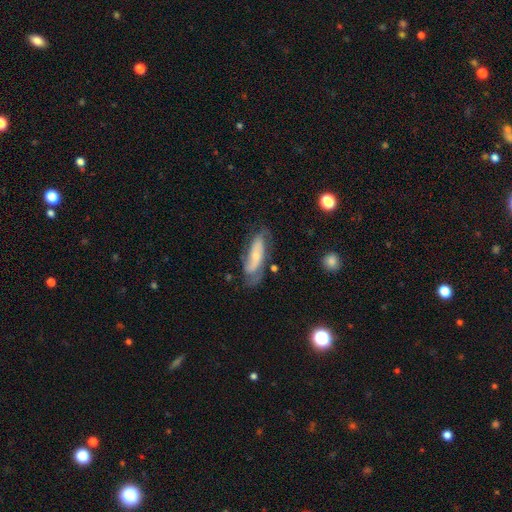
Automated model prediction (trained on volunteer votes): Q: Smooth or featured?
A: featured or disk (63%); runner-up: smooth (30%)
Q: Edge-on disk?
A: no (83%); runner-up: yes (17%)
Q: Bar?
A: no (57%); runner-up: weak (26%)
Q: Spiral arms?
A: yes (86%); runner-up: no (14%)
Q: Bulge size?
A: small (64%); runner-up: moderate (26%)
Q: Merging?
A: none (63%); runner-up: minor disturbance (23%)